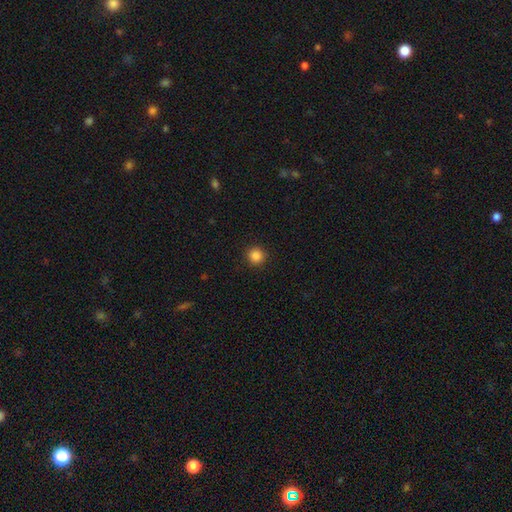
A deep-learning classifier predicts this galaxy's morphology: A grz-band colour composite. It shows a smooth galaxy with no disk features (86%) that is round (94%). Merging: none (92%).